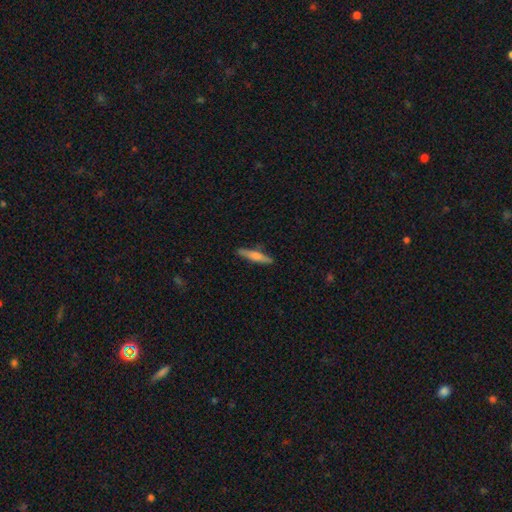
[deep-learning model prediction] A smooth galaxy with no disk features (47%, tied with featured or disk). Merging: none (89%).